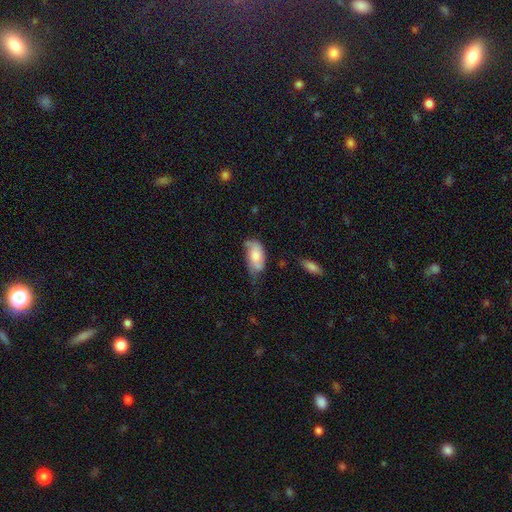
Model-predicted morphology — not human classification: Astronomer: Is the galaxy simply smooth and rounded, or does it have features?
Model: smooth — 70%.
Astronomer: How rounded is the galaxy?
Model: in between — 92%.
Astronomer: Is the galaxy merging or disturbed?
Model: minor disturbance — 42% (runner-up: none, 34%).